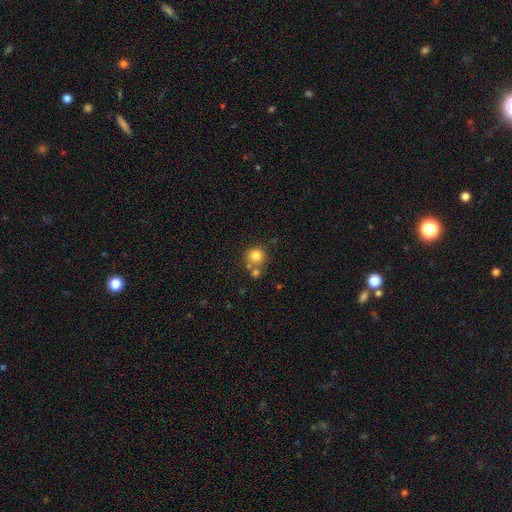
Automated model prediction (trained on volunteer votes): Smooth or featured? Predicted: smooth (p=0.80). How rounded? Predicted: round (p=0.91). Merging? Predicted: none (p=0.61).